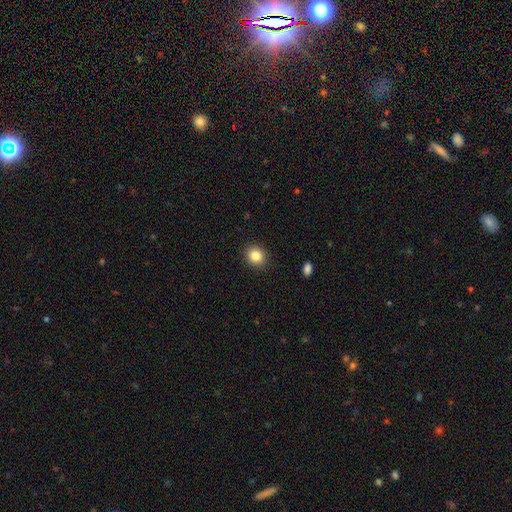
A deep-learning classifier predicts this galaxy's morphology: Smooth or featured? smooth (84%)
How rounded? round (76%)
Merging? none (91%)